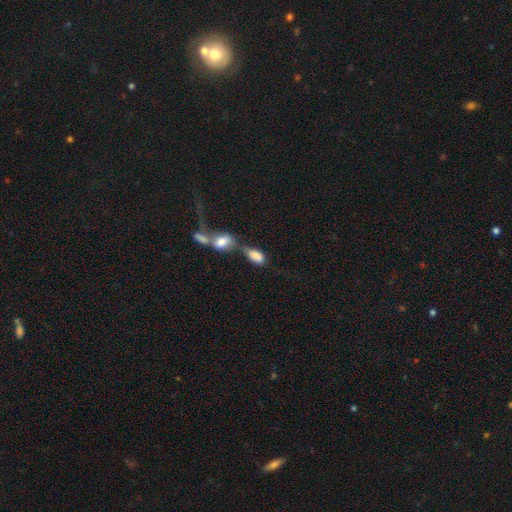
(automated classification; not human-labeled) A smooth galaxy with no disk features (80%) that is in between round and cigar-shaped (90%).

Vote fractions:
- Smooth or featured? smooth: 80% / featured or disk: 12% / star or artifact: 8%
- How rounded? in between: 90% / round: 5% / cigar-shaped: 5%
- Merging? merger: 52% / none: 23% / minor disturbance: 13% / major disturbance: 12%